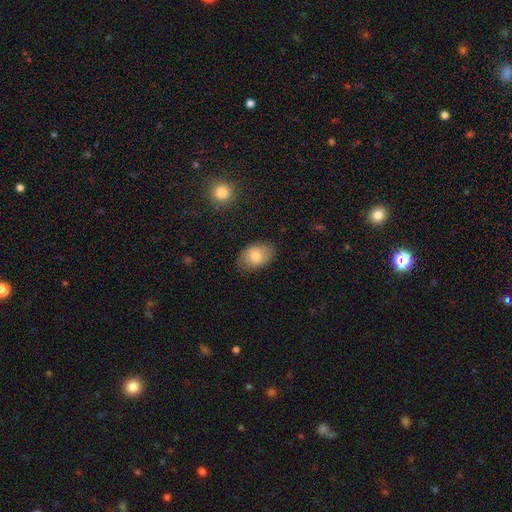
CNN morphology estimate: Overall: smooth (78%). How rounded: in between (84%). Merging: none (81%).